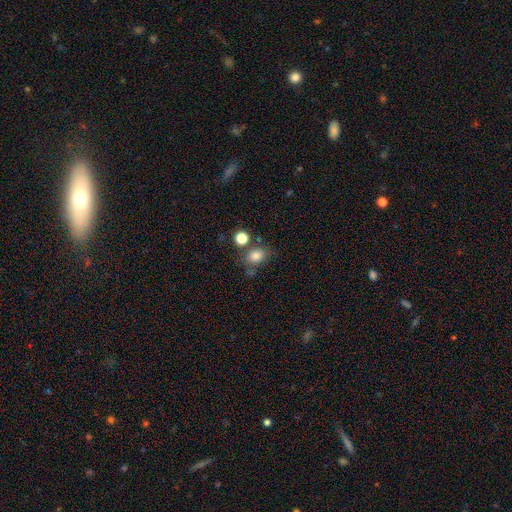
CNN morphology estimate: smooth_or_featured: smooth (p=0.80) [alt: star or artifact p=0.12]
how_rounded: round (p=0.50) [alt: in between p=0.49]
merging: none (p=0.65) [alt: minor disturbance p=0.15]